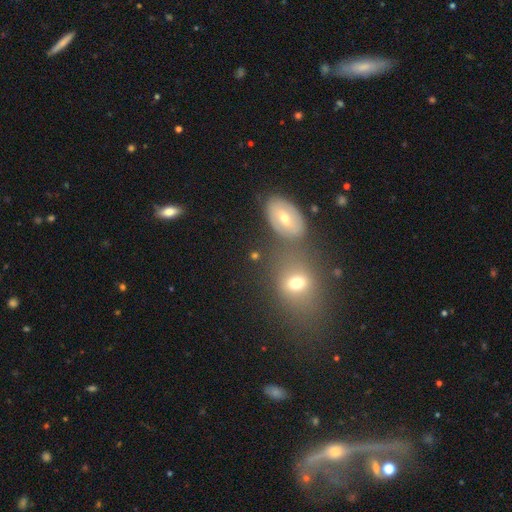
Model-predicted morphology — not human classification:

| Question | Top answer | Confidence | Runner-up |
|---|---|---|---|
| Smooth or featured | smooth | 53% | featured or disk (27%) |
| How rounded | in between | 63% | round (34%) |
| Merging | none | 57% | merger (24%) |